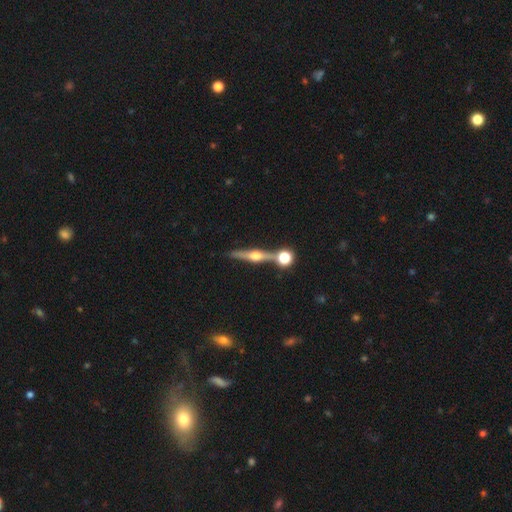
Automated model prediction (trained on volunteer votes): Overall: featured or disk (78%). Edge-on disk: yes (97%). Edge-on bulge: rounded (95%). Merging: none (77%).